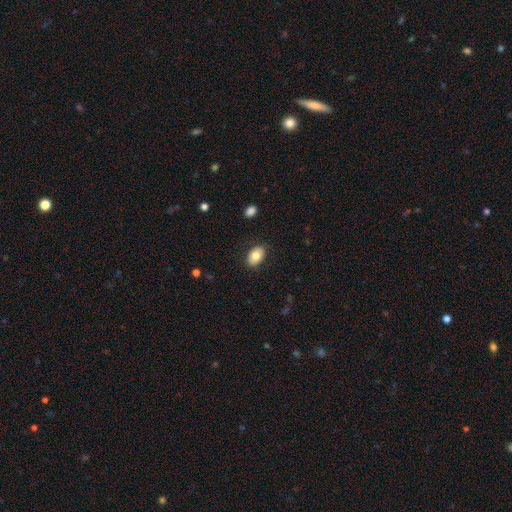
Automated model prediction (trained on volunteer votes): Smooth or featured?
  - smooth: 80% *
  - featured or disk: 13%
  - star or artifact: 7%
How rounded?
  - in between: 87% *
  - round: 11%
  - cigar-shaped: 1%
Merging?
  - none: 84% *
  - minor disturbance: 12%
  - major disturbance: 3%
  - merger: 1%